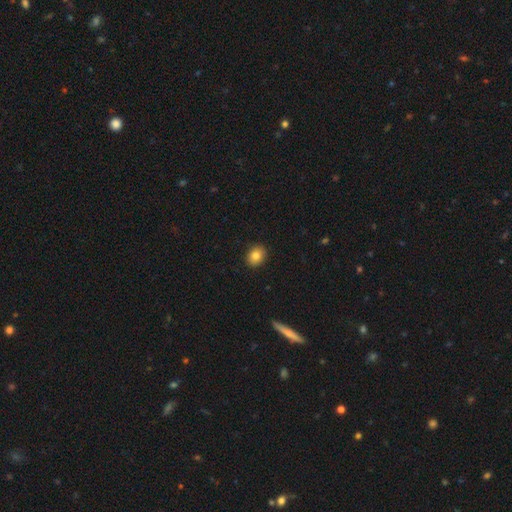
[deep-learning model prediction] Smooth or featured?
  - smooth: 83% *
  - star or artifact: 10%
  - featured or disk: 7%
How rounded?
  - round: 56% *
  - in between: 43%
  - cigar-shaped: 1%
Merging?
  - none: 90% *
  - minor disturbance: 7%
  - major disturbance: 2%
  - merger: 1%